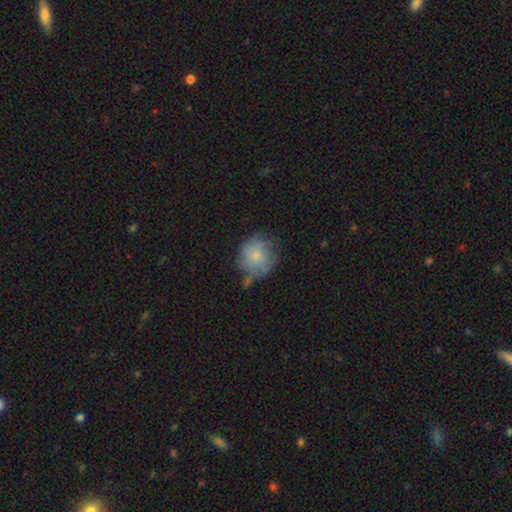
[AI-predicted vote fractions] Q: Smooth or featured?
A: smooth (58%); runner-up: featured or disk (33%)
Q: How rounded?
A: round (82%); runner-up: in between (17%)
Q: Merging?
A: none (48%); runner-up: minor disturbance (31%)